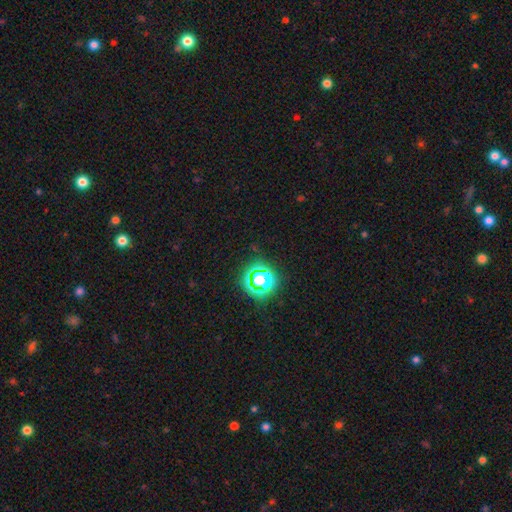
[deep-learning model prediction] A star or artifact, not a galaxy (74%).